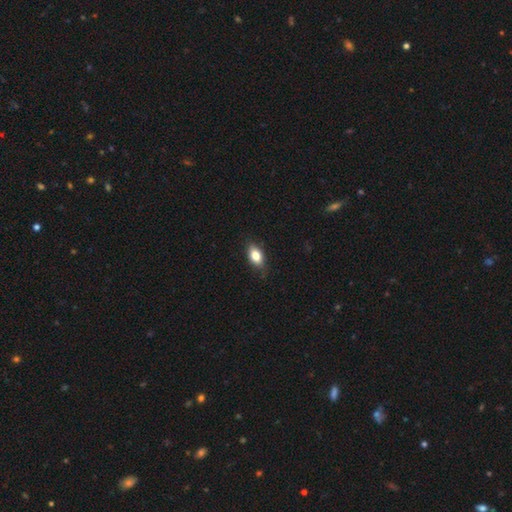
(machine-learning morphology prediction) Overall: smooth (79%). How rounded: in between (85%). Merging: none (78%).